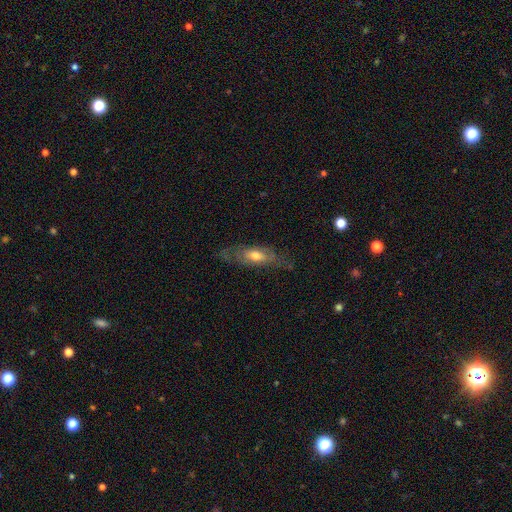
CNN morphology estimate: A featured or disk galaxy (57%). Merging: none (65%).